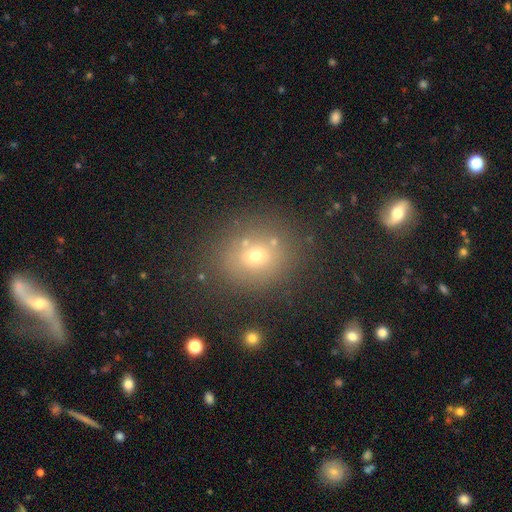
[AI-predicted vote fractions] smooth-or-featured: smooth: 64% | star or artifact: 20% | featured or disk: 16%
  how-rounded: round: 65% | in between: 34% | cigar-shaped: 1%
  merging: none: 77% | minor disturbance: 12% | merger: 6% | major disturbance: 5%